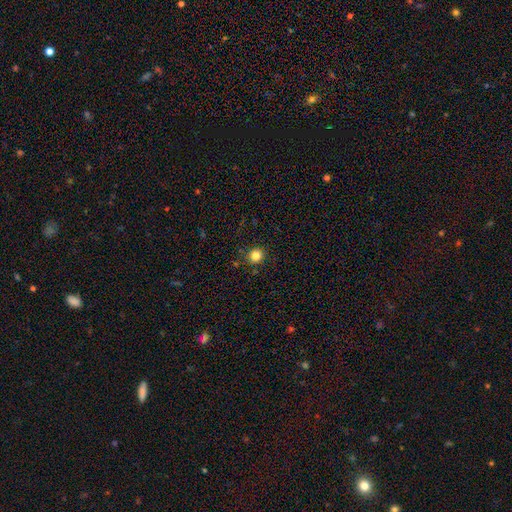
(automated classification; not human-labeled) The model was most divided on "smooth or featured": smooth: 83%, star or artifact: 13%, featured or disk: 5%. More confident: how rounded — round (90%); merging — none (89%).